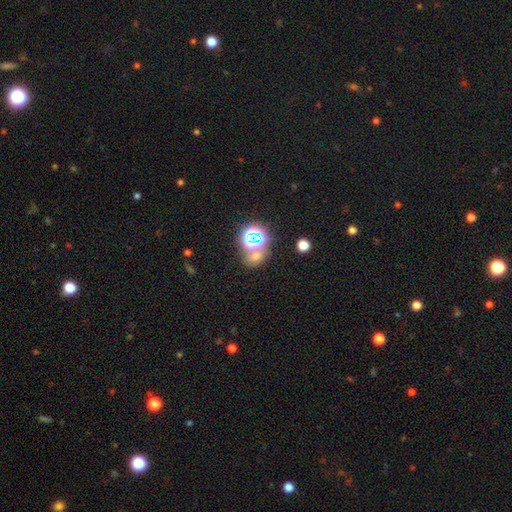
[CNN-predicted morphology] A smooth galaxy with no disk features (45%). Merging: none (51%).